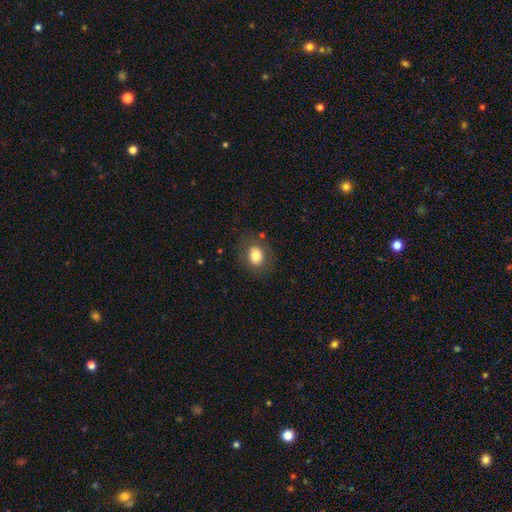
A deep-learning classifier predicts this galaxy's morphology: smooth_or_featured: smooth (p=0.79) [alt: featured or disk p=0.12]
how_rounded: round (p=0.54) [alt: in between p=0.45]
merging: none (p=0.81) [alt: minor disturbance p=0.12]